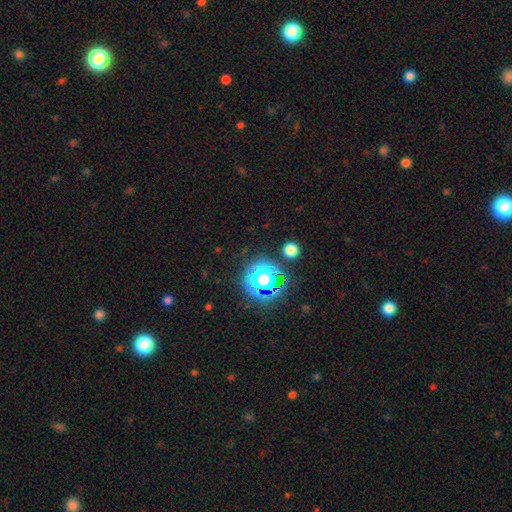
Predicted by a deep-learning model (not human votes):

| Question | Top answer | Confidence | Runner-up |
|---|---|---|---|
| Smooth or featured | star or artifact | 78% | smooth (15%) |